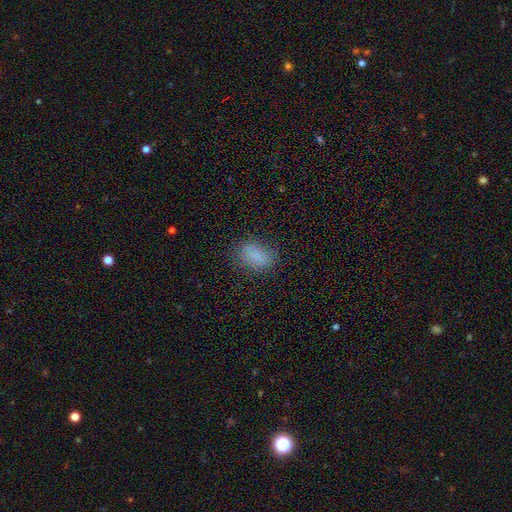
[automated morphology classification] This is clearly a smooth galaxy (82%). How rounded: clearly in between (86%). Merging: likely none (76%).